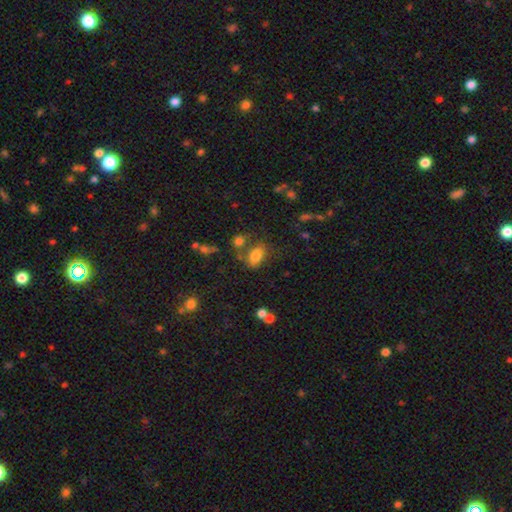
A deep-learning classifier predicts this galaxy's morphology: type=smooth (77%); roundness=in between (85%); merging=none (57%).